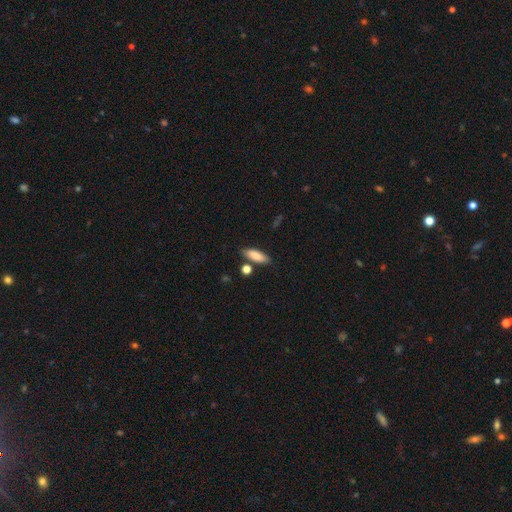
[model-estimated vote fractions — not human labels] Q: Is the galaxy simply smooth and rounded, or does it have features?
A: smooth — 85%.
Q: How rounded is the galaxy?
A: in between — 62%.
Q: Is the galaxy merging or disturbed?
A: none — 78%.